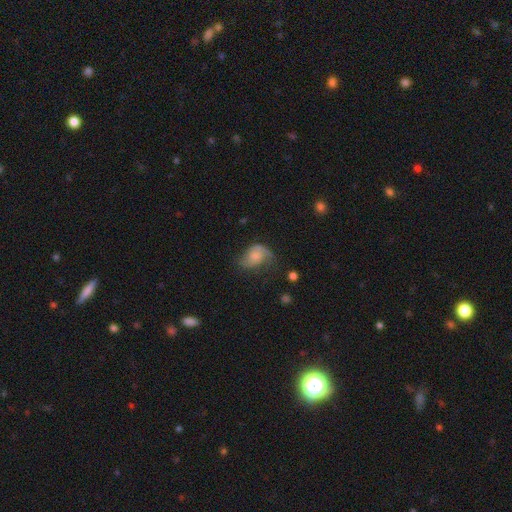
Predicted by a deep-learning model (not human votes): Smooth or featured?
  - featured or disk: 61% *
  - smooth: 31%
  - star or artifact: 8%
Edge-on disk?
  - no: 97% *
  - yes: 3%
Bar?
  - no: 70% *
  - weak: 26%
  - strong: 4%
Spiral arms?
  - yes: 89% *
  - no: 11%
Spiral winding?
  - medium: 42% *
  - loose: 41%
  - tight: 18%
Spiral arm count?
  - 2: 71% *
  - 1: 15%
  - can't tell: 9%
  - 3: 3%
  - 4: 1%
  - more than 4: 1%
Bulge size?
  - small: 39% *
  - moderate: 30%
  - none: 21%
  - large: 8%
  - dominant: 2%
Merging?
  - none: 48% *
  - minor disturbance: 28%
  - major disturbance: 22%
  - merger: 2%